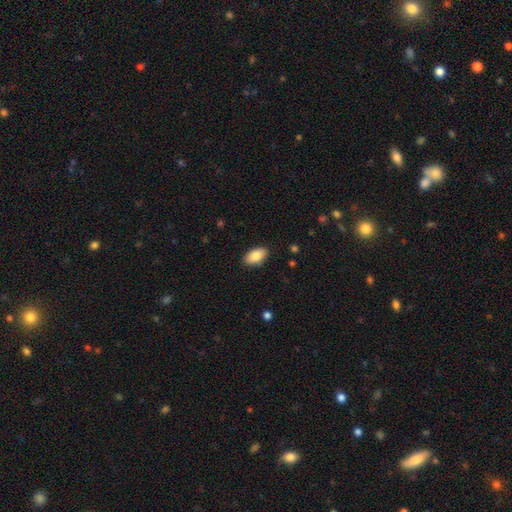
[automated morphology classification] The model was most divided on "smooth or featured": smooth: 84%, featured or disk: 9%, star or artifact: 7%. More confident: how rounded — in between (94%); merging — none (88%).